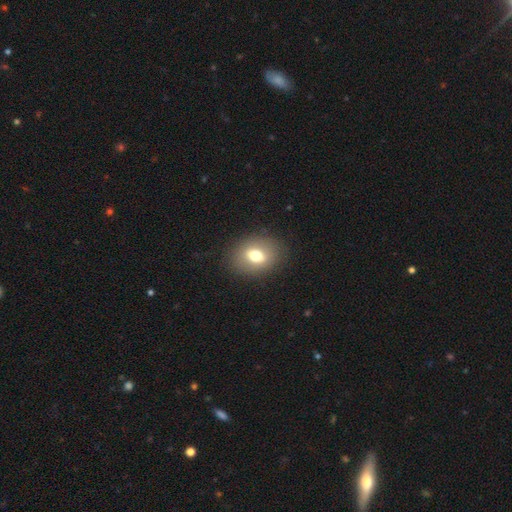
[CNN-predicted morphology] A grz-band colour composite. It shows a smooth galaxy with no disk features (68%) that is in between round and cigar-shaped (58%). Merging: none (86%).